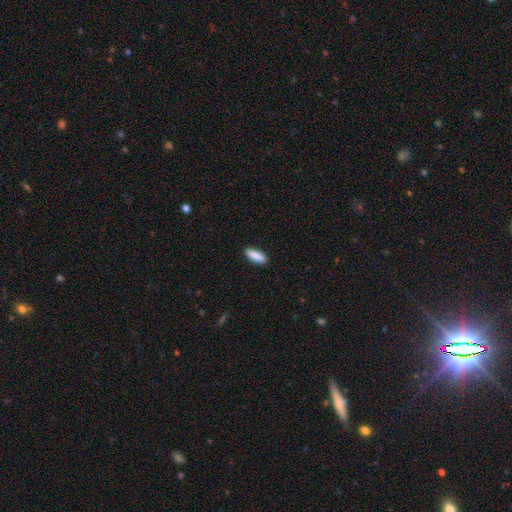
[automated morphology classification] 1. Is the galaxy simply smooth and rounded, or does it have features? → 89% smooth, 6% star or artifact, 5% featured or disk.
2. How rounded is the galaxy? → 58% in between, 40% cigar-shaped, 2% round.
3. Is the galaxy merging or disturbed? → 89% none, 8% minor disturbance, 2% major disturbance, 1% merger.